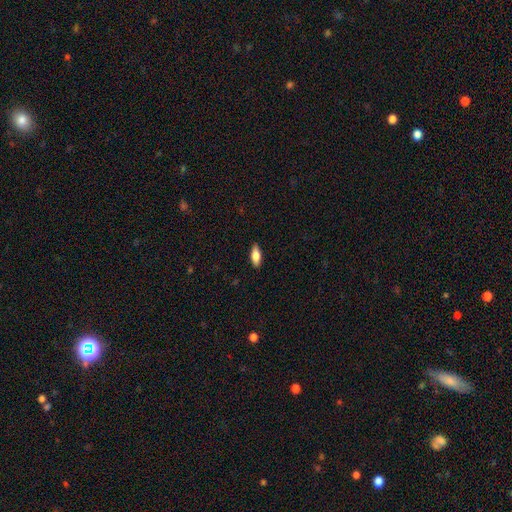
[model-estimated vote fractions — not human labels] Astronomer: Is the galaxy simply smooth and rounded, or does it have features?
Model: smooth — 78%.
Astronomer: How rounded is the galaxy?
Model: in between — 76%.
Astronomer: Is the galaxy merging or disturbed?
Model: none — 87%.